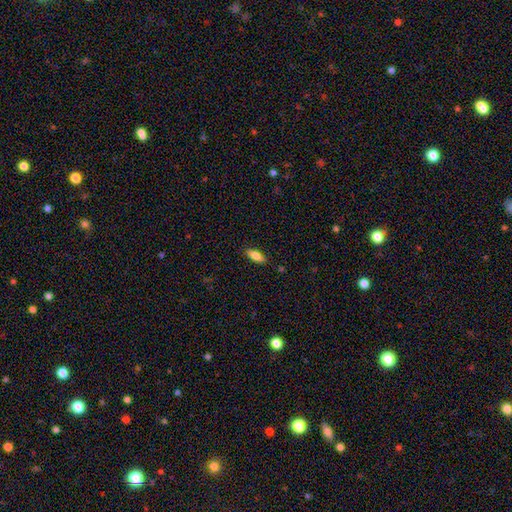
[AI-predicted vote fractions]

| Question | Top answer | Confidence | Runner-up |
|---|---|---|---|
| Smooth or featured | smooth | 81% | featured or disk (12%) |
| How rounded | in between | 74% | cigar-shaped (24%) |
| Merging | none | 87% | minor disturbance (10%) |